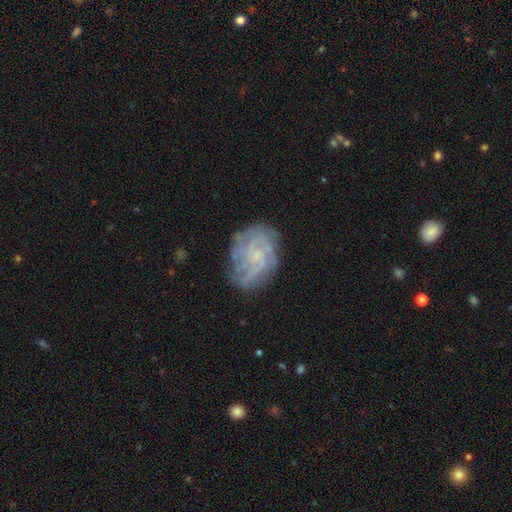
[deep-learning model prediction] This is likely a featured or disk galaxy (70%). It is clearly not viewed edge-on (97%). Bar: likely no (70%). Spiral arm pattern: clearly yes (87%). Spiral arm count: marginally can't tell (45%). Spiral winding: possibly tight (54%). Central bulge: likely small (62%). Merging: likely none (72%).